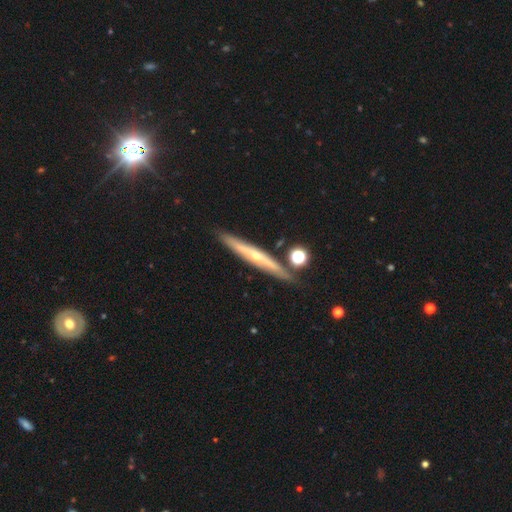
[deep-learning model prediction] Q: Smooth or featured?
A: featured or disk (68%); runner-up: smooth (25%)
Q: Edge-on disk?
A: yes (93%); runner-up: no (7%)
Q: Edge-on bulge?
A: rounded (69%); runner-up: none (28%)
Q: Merging?
A: none (83%); runner-up: minor disturbance (10%)